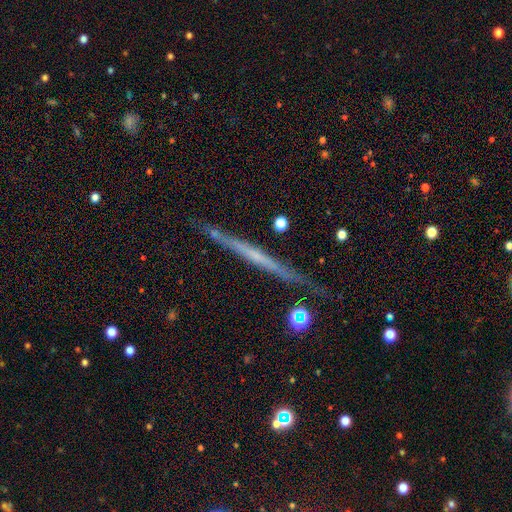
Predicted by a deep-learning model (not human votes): Smooth or featured? Predicted: featured or disk (p=0.67). Edge-on disk? Predicted: yes (p=0.97). Edge-on bulge? Predicted: none (p=0.76). Merging? Predicted: none (p=0.84).